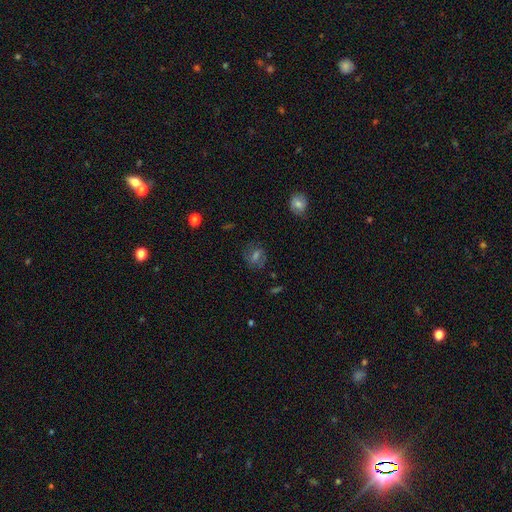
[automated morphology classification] smooth_or_featured: featured or disk (p=0.41) [alt: smooth p=0.38]
merging: none (p=0.77) [alt: minor disturbance p=0.14]